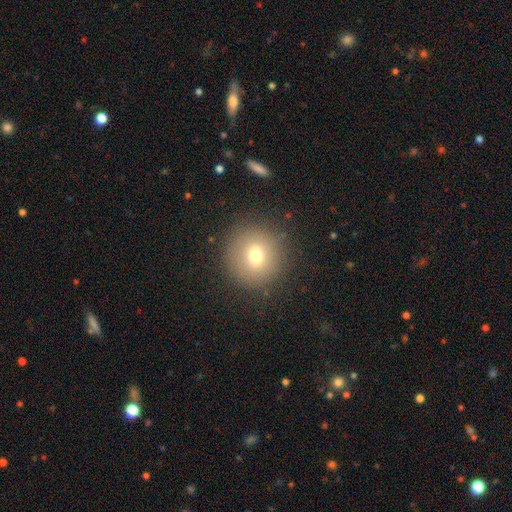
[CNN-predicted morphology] smooth 70%, featured or disk 16%, star or artifact 14%. Down the decision tree: how rounded — round (94%); merging — none (88%).